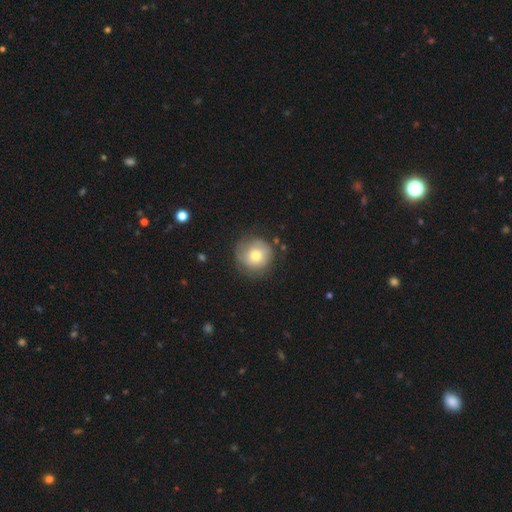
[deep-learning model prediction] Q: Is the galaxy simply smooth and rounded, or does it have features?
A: smooth — 65%.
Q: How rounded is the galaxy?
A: round — 93%.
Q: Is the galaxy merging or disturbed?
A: none — 72%.